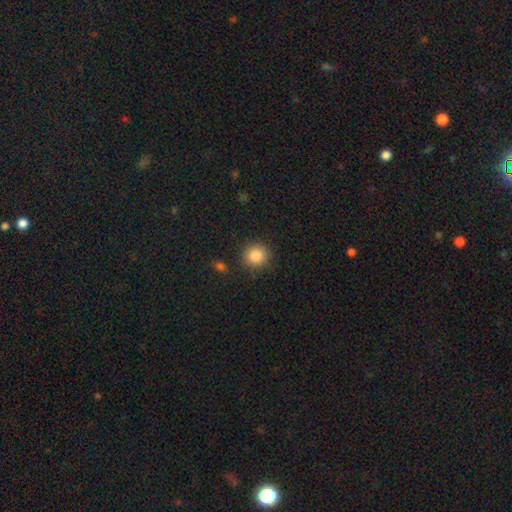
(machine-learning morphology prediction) A smooth galaxy with no disk features (86%) that is round (89%). Merging: none (87%).